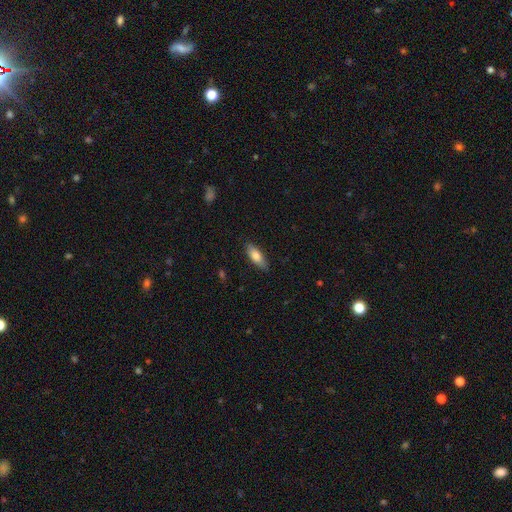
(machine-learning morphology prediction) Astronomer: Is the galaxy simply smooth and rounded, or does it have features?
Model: smooth — 75%.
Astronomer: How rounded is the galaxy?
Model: in between — 68%.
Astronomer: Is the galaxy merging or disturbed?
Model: none — 84%.